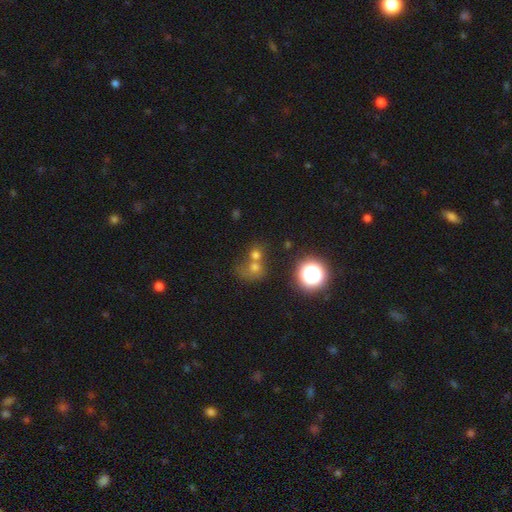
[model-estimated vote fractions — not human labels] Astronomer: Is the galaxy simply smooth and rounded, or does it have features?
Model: smooth — 62%.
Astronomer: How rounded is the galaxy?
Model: round — 77%.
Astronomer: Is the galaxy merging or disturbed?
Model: merger — 54% (runner-up: none, 32%).